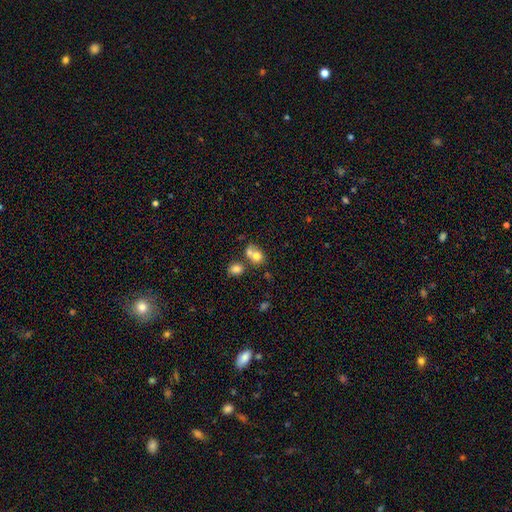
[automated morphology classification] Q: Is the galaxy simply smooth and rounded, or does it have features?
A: smooth — 73%.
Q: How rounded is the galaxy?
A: round — 63%.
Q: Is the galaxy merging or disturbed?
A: merger — 55%.